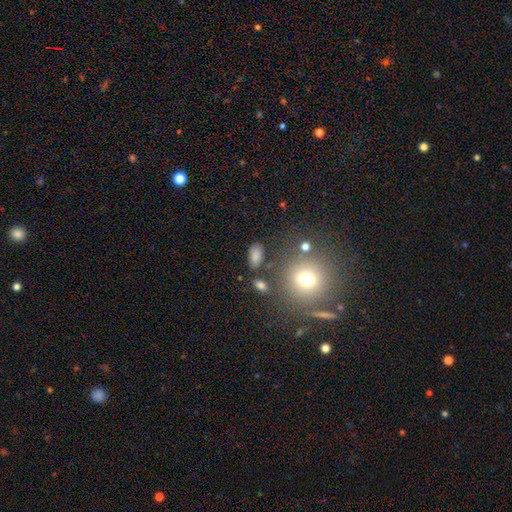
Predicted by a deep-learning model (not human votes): Overall: smooth (80%). How rounded: in between (87%). Merging: none (76%).